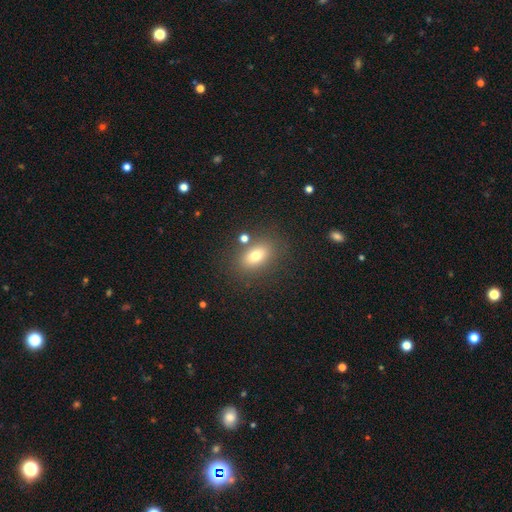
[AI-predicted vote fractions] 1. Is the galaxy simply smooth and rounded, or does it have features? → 75% smooth, 13% featured or disk, 11% star or artifact.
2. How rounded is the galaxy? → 82% in between, 15% round, 4% cigar-shaped.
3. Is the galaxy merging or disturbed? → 78% none, 11% minor disturbance, 7% merger, 4% major disturbance.